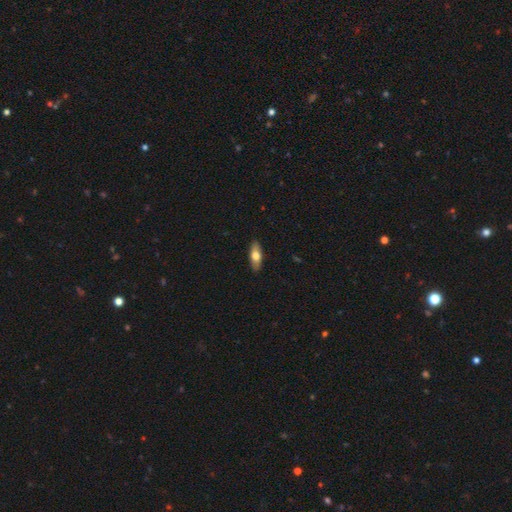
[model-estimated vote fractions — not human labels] Smooth or featured? smooth (65%)
How rounded? in between (71%)
Merging? none (89%)